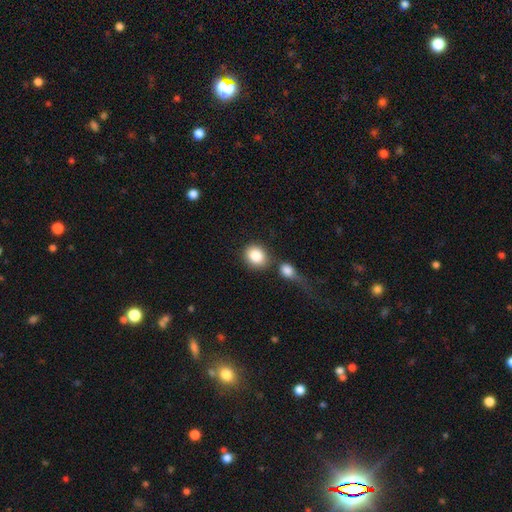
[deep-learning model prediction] The model was most divided on "how rounded": round: 64%, in between: 35%, cigar-shaped: 1%. More confident: smooth or featured — smooth (86%); merging — none (59%).